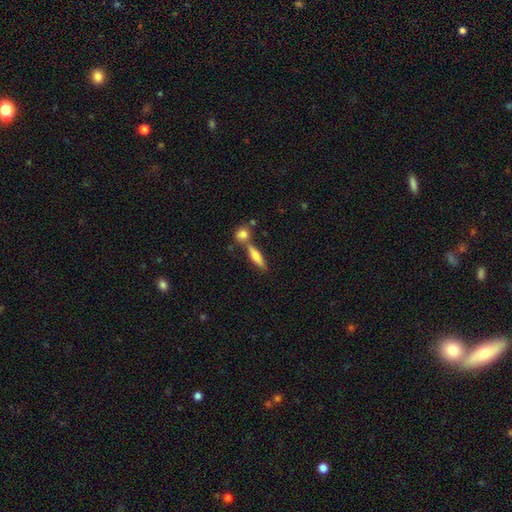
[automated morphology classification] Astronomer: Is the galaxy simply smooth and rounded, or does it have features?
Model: smooth — 62%.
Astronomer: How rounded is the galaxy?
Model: cigar-shaped — 69%.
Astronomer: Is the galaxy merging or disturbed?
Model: none — 58%.